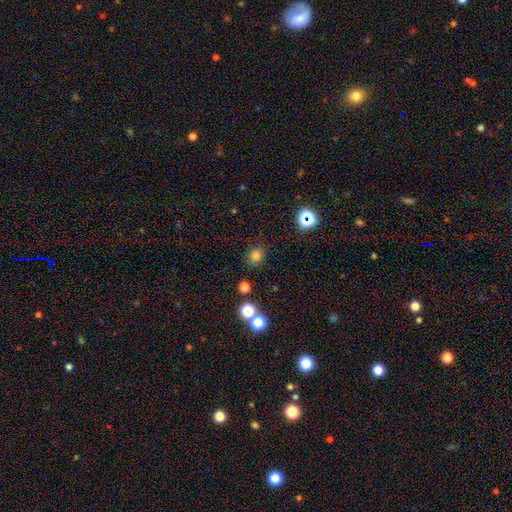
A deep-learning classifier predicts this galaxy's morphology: Smooth or featured?
  - smooth: 78% *
  - star or artifact: 17%
  - featured or disk: 5%
How rounded?
  - round: 74% *
  - in between: 25%
  - cigar-shaped: 1%
Merging?
  - none: 84% *
  - minor disturbance: 10%
  - merger: 3%
  - major disturbance: 3%